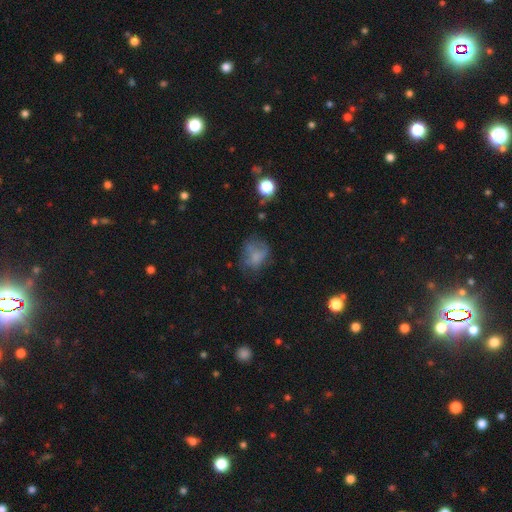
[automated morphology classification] A smooth galaxy with no disk features (57%) that is in between round and cigar-shaped (50%).

Vote fractions:
- Smooth or featured? smooth: 57% / featured or disk: 28% / star or artifact: 15%
- How rounded? in between: 50% / round: 49% / cigar-shaped: 1%
- Merging? none: 41% / major disturbance: 29% / minor disturbance: 26% / merger: 4%